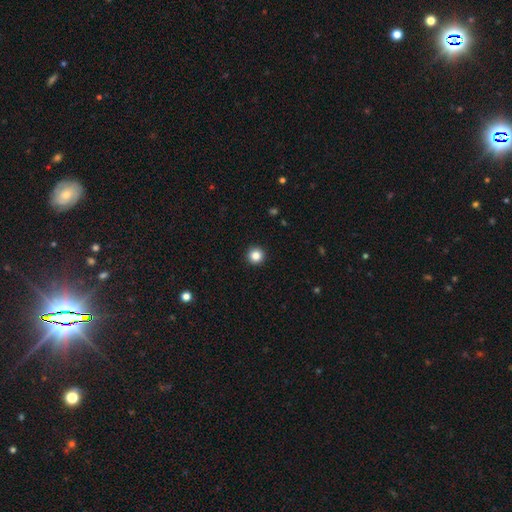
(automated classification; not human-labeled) A smooth galaxy with no disk features (84%) that is round (96%).

Vote fractions:
- Smooth or featured? smooth: 84% / star or artifact: 11% / featured or disk: 5%
- How rounded? round: 96% / in between: 3% / cigar-shaped: 1%
- Merging? none: 94% / minor disturbance: 4% / major disturbance: 1% / merger: 1%